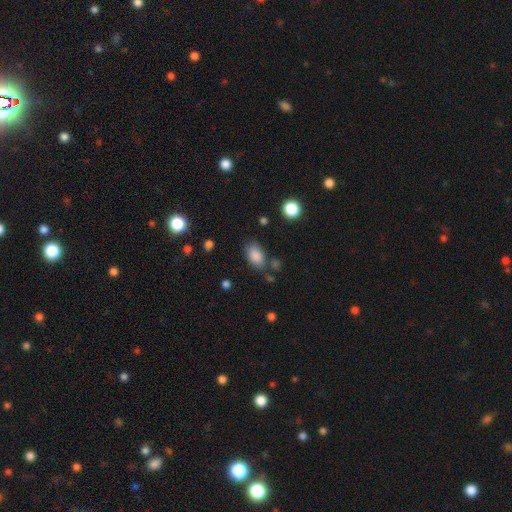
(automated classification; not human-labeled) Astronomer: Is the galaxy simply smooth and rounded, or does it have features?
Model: smooth — 86%.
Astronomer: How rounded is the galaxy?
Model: in between — 90%.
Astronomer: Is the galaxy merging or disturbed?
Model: none — 72%.